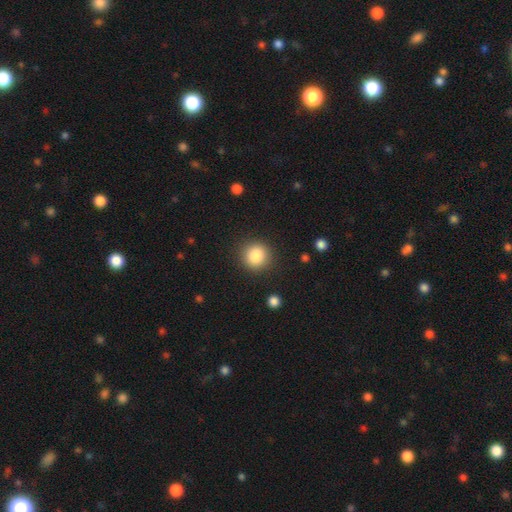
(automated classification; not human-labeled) Smooth or featured: smooth — 85% (star or artifact — 10%)
How rounded: round — 92% (in between — 7%)
Merging: none — 89% (minor disturbance — 7%)